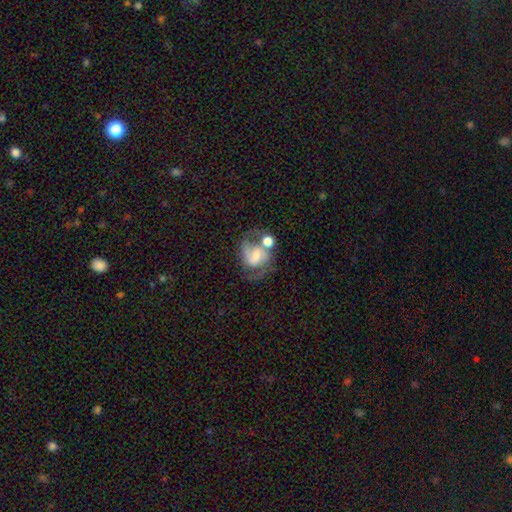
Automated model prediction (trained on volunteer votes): Smooth or featured?
  - featured or disk: 73% *
  - smooth: 19%
  - star or artifact: 8%
Edge-on disk?
  - no: 98% *
  - yes: 2%
Bar?
  - weak: 43% * (tied)
  - no: 43% * (tied)
  - strong: 14%
Spiral arms?
  - yes: 92% *
  - no: 8%
Spiral winding?
  - medium: 54% *
  - loose: 29%
  - tight: 17%
Spiral arm count?
  - 2: 86% *
  - can't tell: 5%
  - 1: 5%
  - 3: 2%
  - 4: 1%
  - more than 4: 1%
Bulge size?
  - small: 41% *
  - moderate: 35%
  - none: 11%
  - large: 10%
  - dominant: 2%
Merging?
  - none: 40% *
  - merger: 30%
  - minor disturbance: 16%
  - major disturbance: 14%